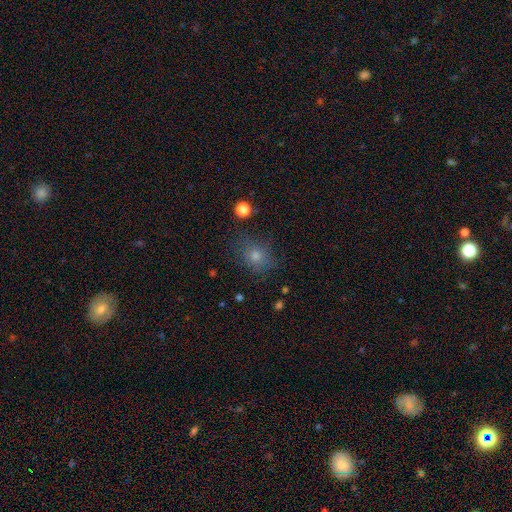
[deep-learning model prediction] Overall: smooth (67%). How rounded: round (66%; in between 33%). Merging: none (77%).